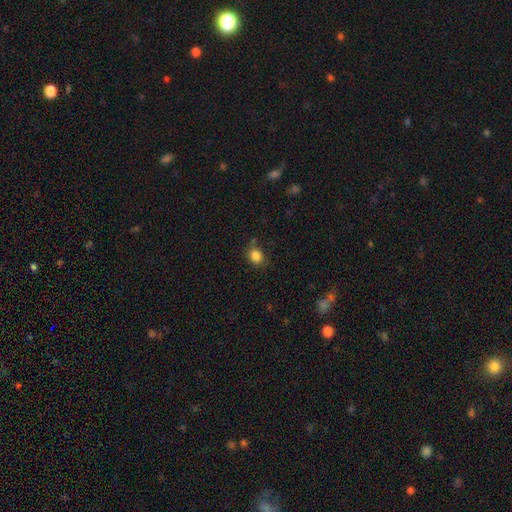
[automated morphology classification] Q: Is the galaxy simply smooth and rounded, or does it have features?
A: smooth — 84%.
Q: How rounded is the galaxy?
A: round — 63%.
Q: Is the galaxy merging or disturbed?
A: none — 75%.